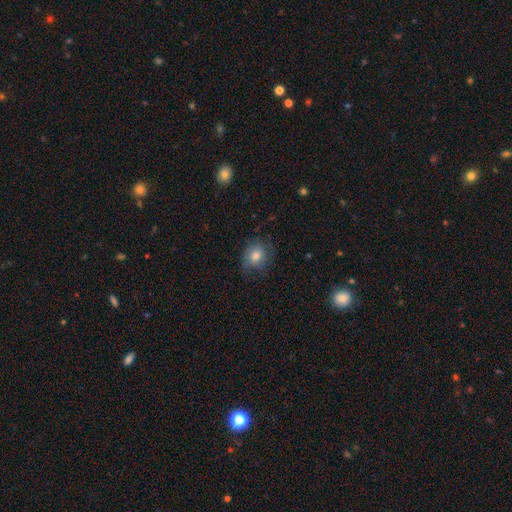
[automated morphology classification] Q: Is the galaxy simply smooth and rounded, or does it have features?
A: smooth — 76%.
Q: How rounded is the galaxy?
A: round — 69%.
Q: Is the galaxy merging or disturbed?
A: none — 71%.